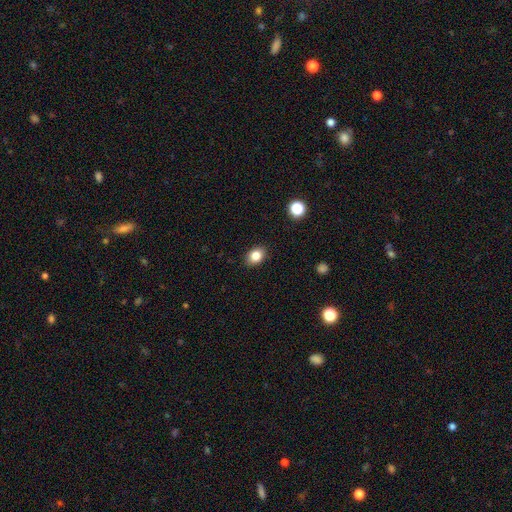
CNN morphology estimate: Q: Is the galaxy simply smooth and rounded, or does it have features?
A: smooth — 84%.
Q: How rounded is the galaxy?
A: in between — 70%.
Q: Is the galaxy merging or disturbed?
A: none — 88%.